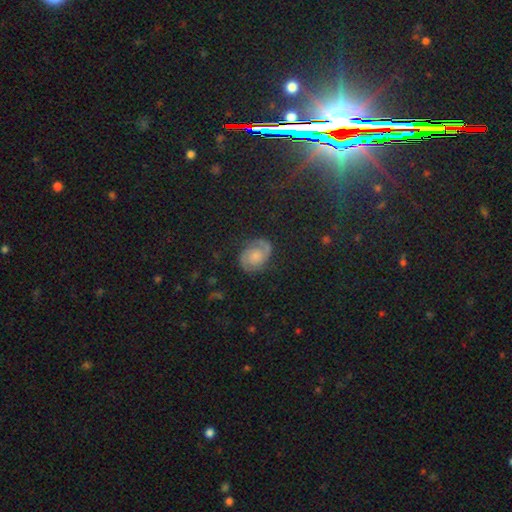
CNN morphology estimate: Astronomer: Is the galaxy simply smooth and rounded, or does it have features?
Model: featured or disk — 68%.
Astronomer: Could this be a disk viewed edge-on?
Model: no — 98%.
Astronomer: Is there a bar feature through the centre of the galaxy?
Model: no — 69%.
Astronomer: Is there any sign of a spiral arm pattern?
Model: yes — 94%.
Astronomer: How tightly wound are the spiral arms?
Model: medium — 48% (runner-up: tight, 37%).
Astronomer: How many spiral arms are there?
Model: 2 — 91%.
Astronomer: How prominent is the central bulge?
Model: moderate — 39% (runner-up: small, 29%).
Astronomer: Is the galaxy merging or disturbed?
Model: none — 79%.